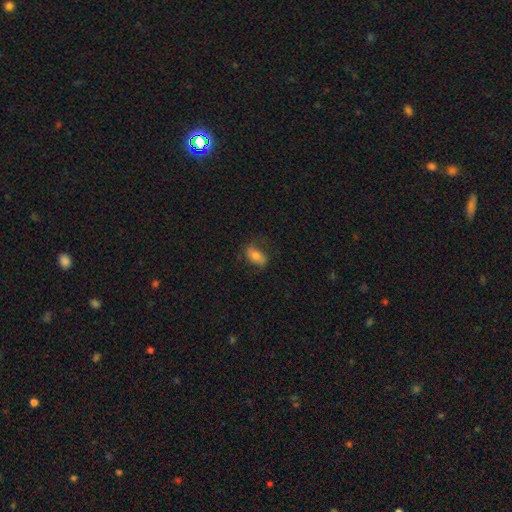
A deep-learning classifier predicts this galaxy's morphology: type=smooth (69%); roundness=in between (88%); merging=none (68%).